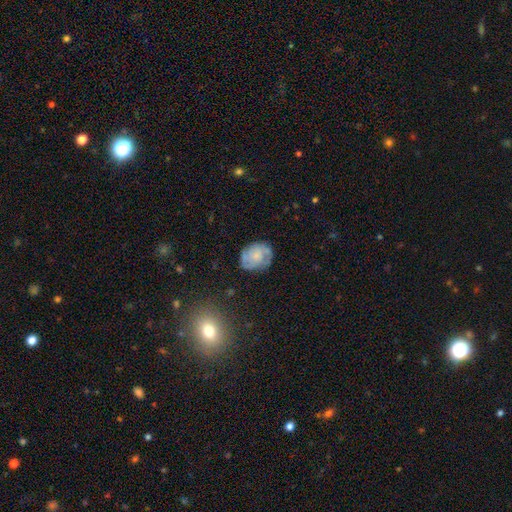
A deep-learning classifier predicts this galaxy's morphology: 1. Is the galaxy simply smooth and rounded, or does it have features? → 46% smooth, 45% featured or disk, 8% star or artifact.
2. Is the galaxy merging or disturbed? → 68% none, 22% minor disturbance, 8% major disturbance, 2% merger.